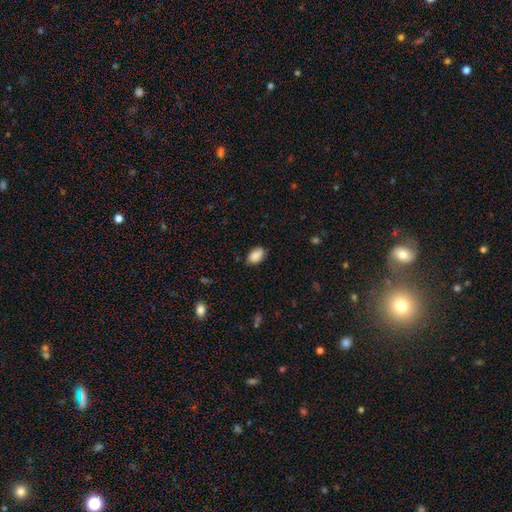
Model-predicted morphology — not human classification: A smooth galaxy with no disk features (88%) that is in between round and cigar-shaped (89%). Merging: none (80%).